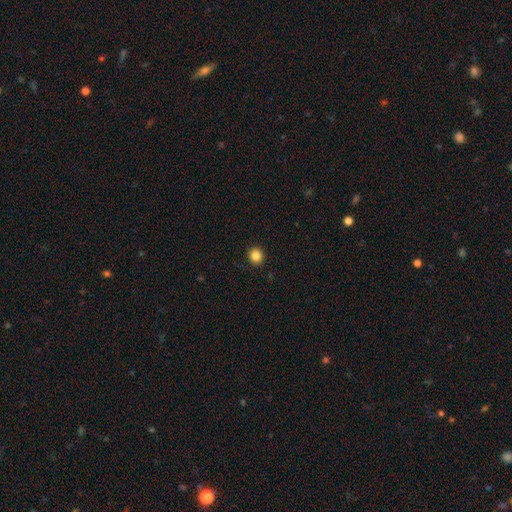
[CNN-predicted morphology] A smooth galaxy with no disk features (85%) that is round (87%). Merging: none (91%).